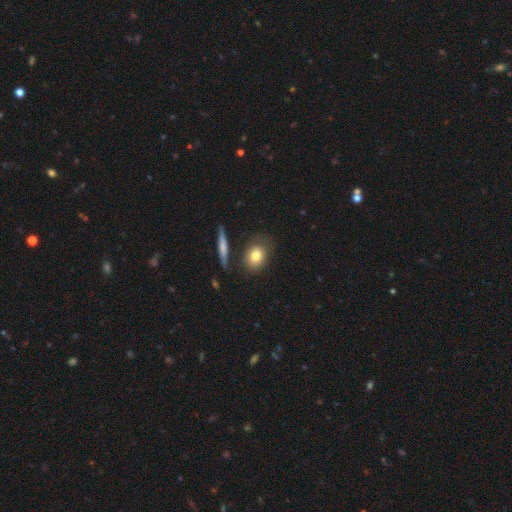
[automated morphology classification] Smooth or featured? Predicted: smooth (p=0.79). How rounded? Predicted: in between (p=0.52). Merging? Predicted: none (p=0.76).